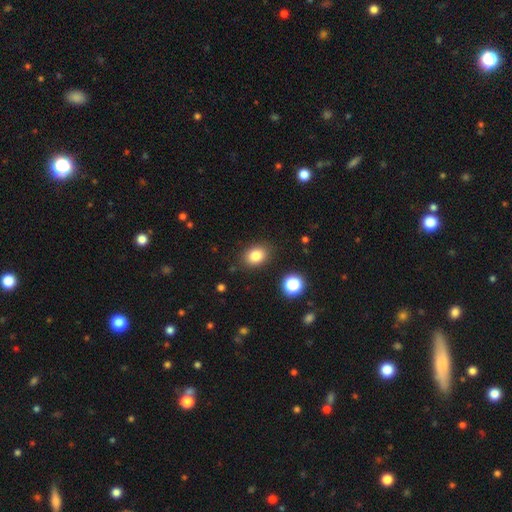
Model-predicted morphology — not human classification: The model was most divided on "how rounded": in between: 66%, round: 33%, cigar-shaped: 1%. More confident: merging — none (85%); smooth or featured — smooth (82%).